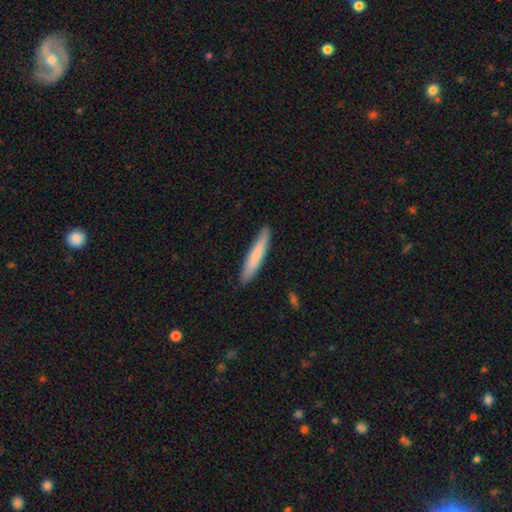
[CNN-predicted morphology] Overall: smooth (76%). How rounded: cigar-shaped (92%). Merging: none (89%).